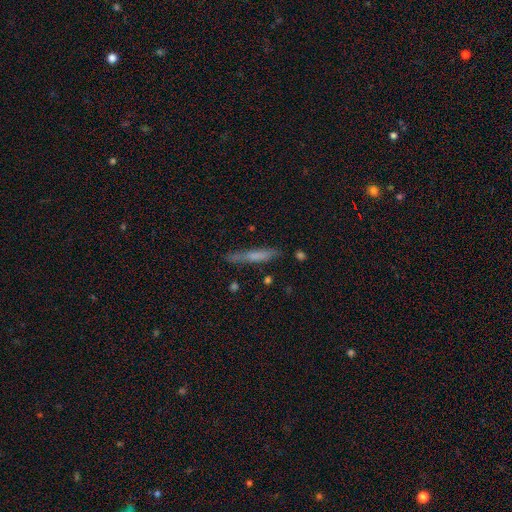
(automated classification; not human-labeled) This appears to be a smooth galaxy with no disk features (59%) that is cigar-shaped (93%). Merging: none (80%).